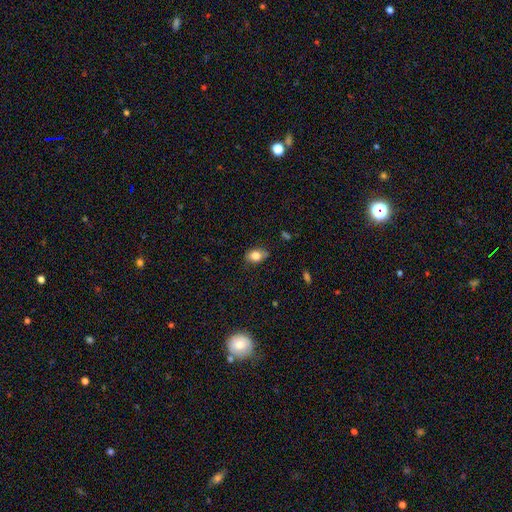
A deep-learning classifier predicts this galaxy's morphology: Q: Smooth or featured?
A: smooth (81%); runner-up: featured or disk (10%)
Q: How rounded?
A: in between (75%); runner-up: round (23%)
Q: Merging?
A: none (70%); runner-up: minor disturbance (23%)